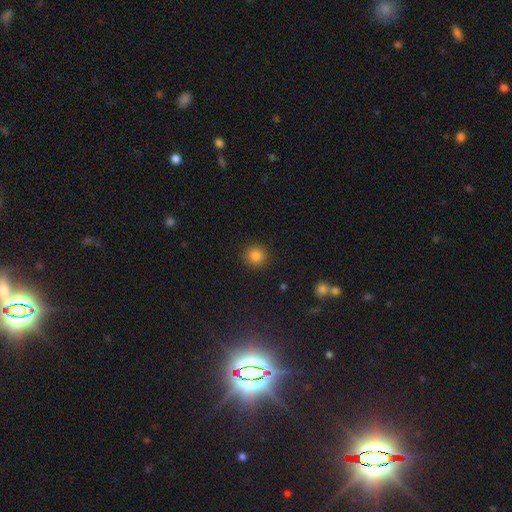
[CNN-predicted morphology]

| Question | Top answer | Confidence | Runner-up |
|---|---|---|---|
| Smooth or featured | smooth | 82% | star or artifact (12%) |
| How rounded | round | 92% | in between (7%) |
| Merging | none | 90% | minor disturbance (6%) |